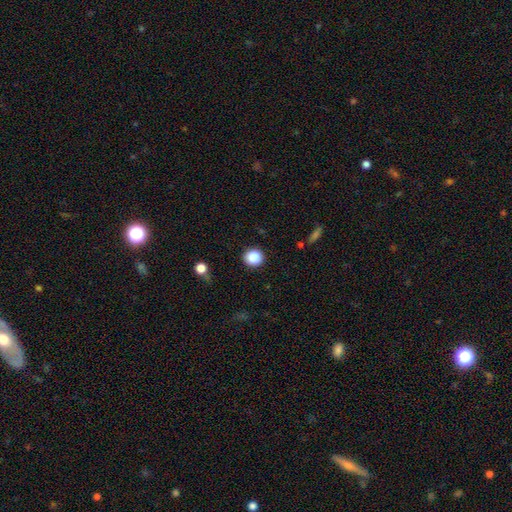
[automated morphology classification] Overall: smooth (88%). How rounded: round (89%). Merging: none (90%).